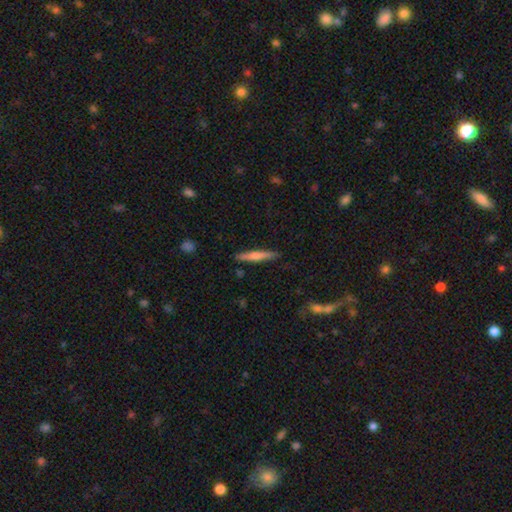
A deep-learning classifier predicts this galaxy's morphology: smooth_or_featured: smooth (p=0.61) [alt: featured or disk p=0.33]
how_rounded: cigar-shaped (p=0.93) [alt: in between p=0.05]
merging: none (p=0.87) [alt: minor disturbance p=0.10]